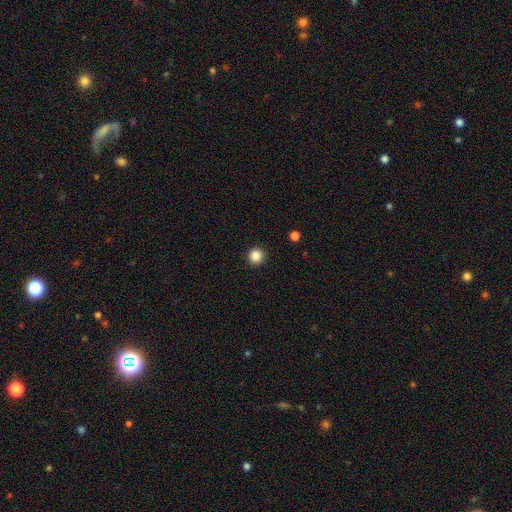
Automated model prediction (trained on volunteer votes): This appears to be a smooth galaxy with no disk features (87%) that is round (95%). Merging: none (93%).